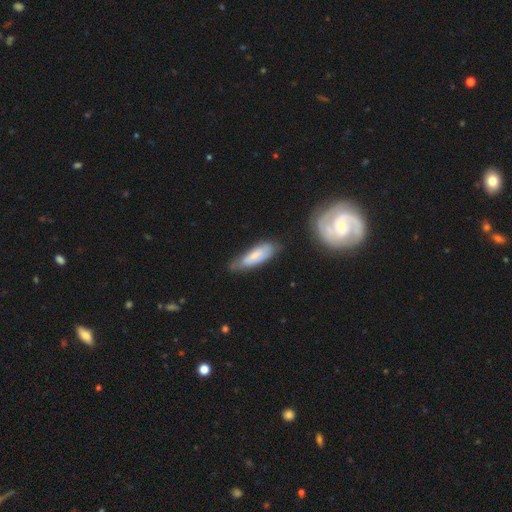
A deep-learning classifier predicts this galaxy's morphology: smooth_or_featured: smooth (p=0.61) [alt: featured or disk p=0.32]
how_rounded: in between (p=0.50) [alt: cigar-shaped p=0.48]
merging: none (p=0.63) [alt: minor disturbance p=0.27]